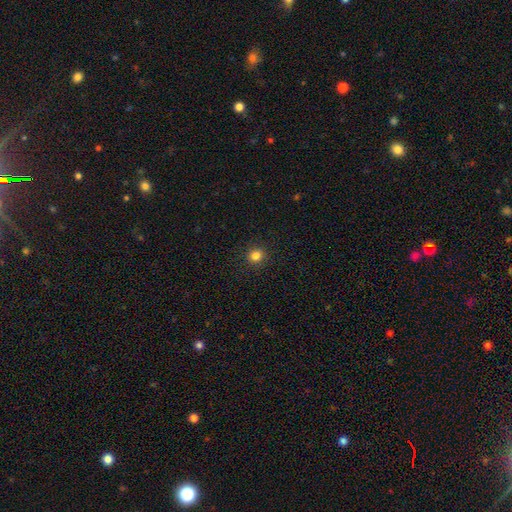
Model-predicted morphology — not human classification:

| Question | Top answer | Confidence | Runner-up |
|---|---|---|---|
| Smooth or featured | smooth | 83% | star or artifact (13%) |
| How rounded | round | 90% | in between (9%) |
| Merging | none | 92% | minor disturbance (5%) |